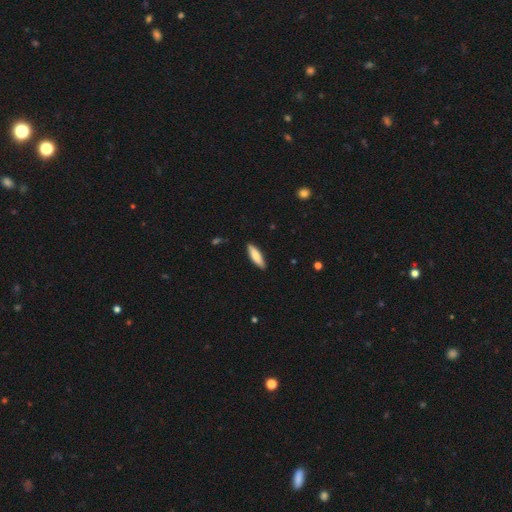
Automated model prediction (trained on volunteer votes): A smooth galaxy with no disk features (80%) that is cigar-shaped (61%). Merging: none (89%).